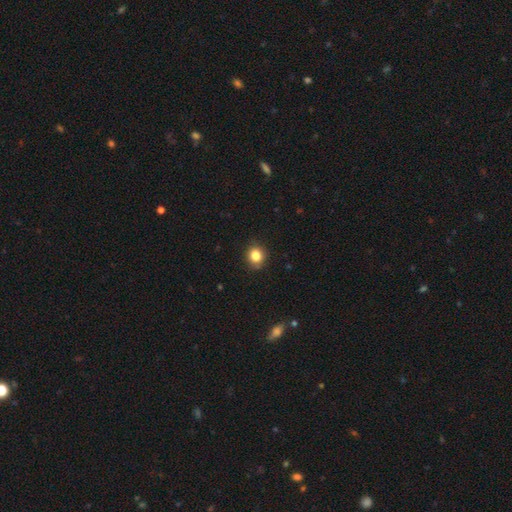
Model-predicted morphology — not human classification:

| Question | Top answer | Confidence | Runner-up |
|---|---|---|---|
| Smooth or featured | smooth | 84% | star or artifact (11%) |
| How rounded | round | 78% | in between (21%) |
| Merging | none | 85% | minor disturbance (11%) |